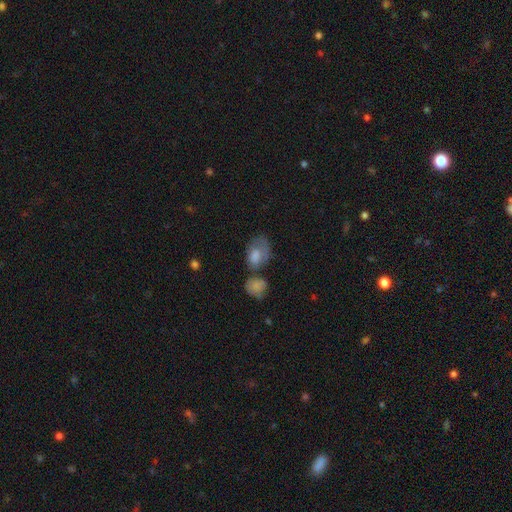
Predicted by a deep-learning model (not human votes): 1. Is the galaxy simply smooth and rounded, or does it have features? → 63% smooth, 25% featured or disk, 12% star or artifact.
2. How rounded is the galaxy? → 76% in between, 23% round, 2% cigar-shaped.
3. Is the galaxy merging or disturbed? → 37% none, 26% merger, 22% minor disturbance, 16% major disturbance.